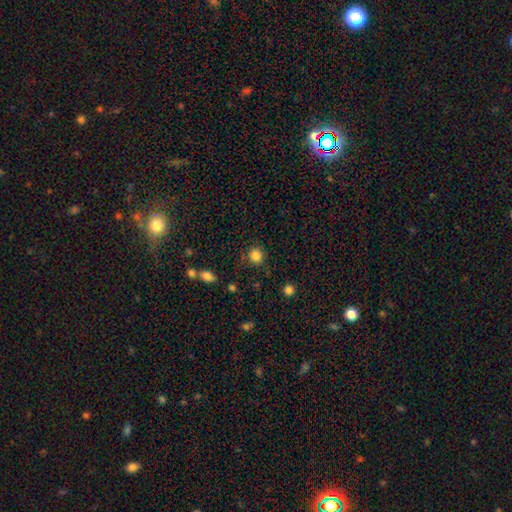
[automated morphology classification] Smooth or featured?
  - smooth: 84% *
  - star or artifact: 11%
  - featured or disk: 4%
How rounded?
  - round: 90% *
  - in between: 9%
  - cigar-shaped: 1%
Merging?
  - none: 83% *
  - minor disturbance: 11%
  - major disturbance: 3%
  - merger: 3%